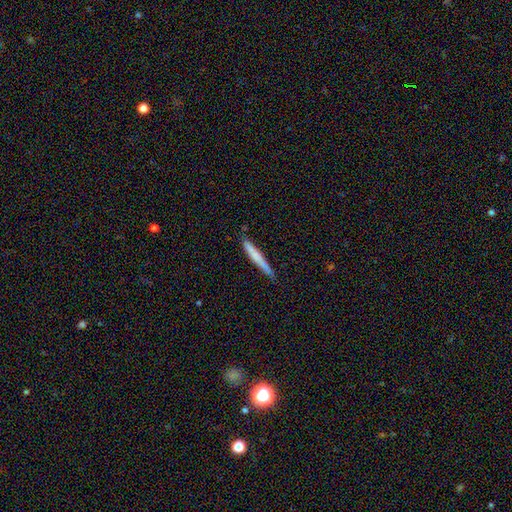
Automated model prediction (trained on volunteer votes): smooth_or_featured: smooth (p=0.65) [alt: featured or disk p=0.29]
how_rounded: cigar-shaped (p=0.96) [alt: in between p=0.03]
merging: none (p=0.83) [alt: minor disturbance p=0.13]